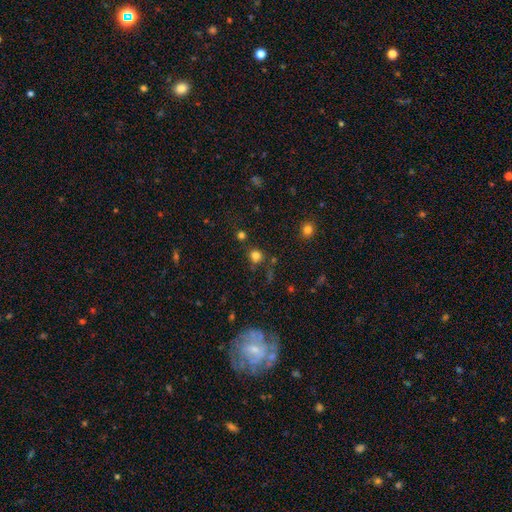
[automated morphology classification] A smooth galaxy with no disk features (77%) that is round (87%). Merging: none (75%).